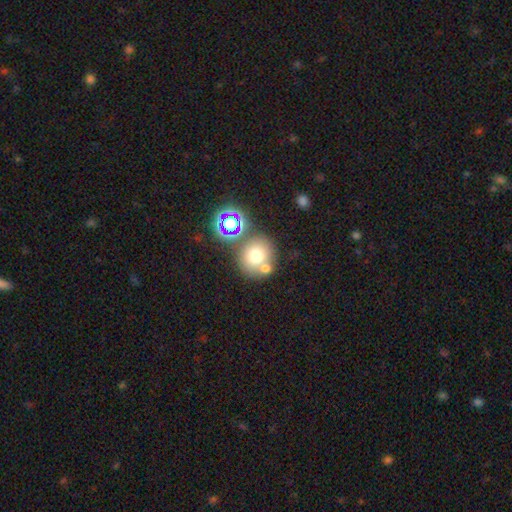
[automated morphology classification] smooth 68%, star or artifact 18%, featured or disk 14%. Down the decision tree: how rounded — round (87%); merging — none (62%).